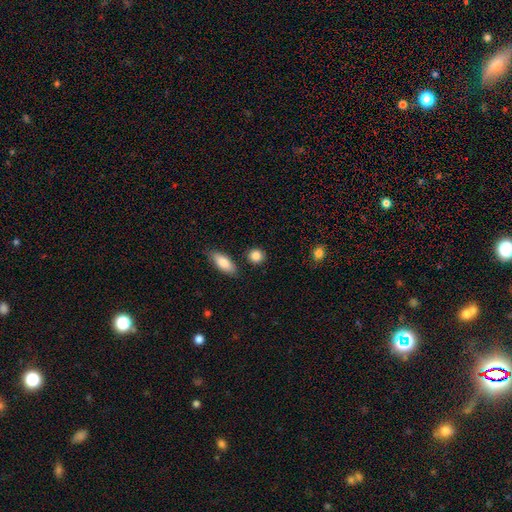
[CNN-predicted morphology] Overall: smooth (87%). How rounded: round (78%). Merging: none (85%).